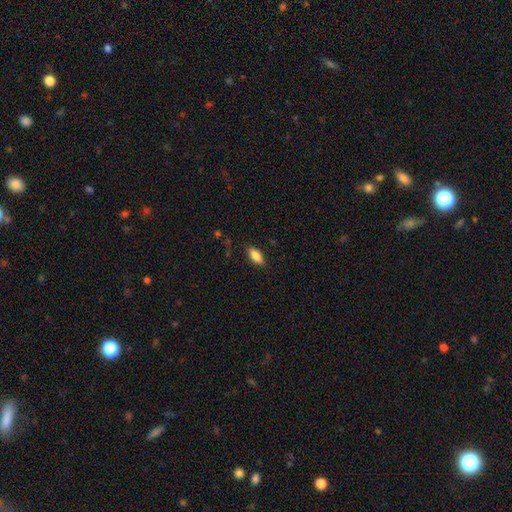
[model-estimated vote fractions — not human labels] This appears to be a smooth galaxy with no disk features (86%) that is in between round and cigar-shaped (83%). Merging: none (85%).